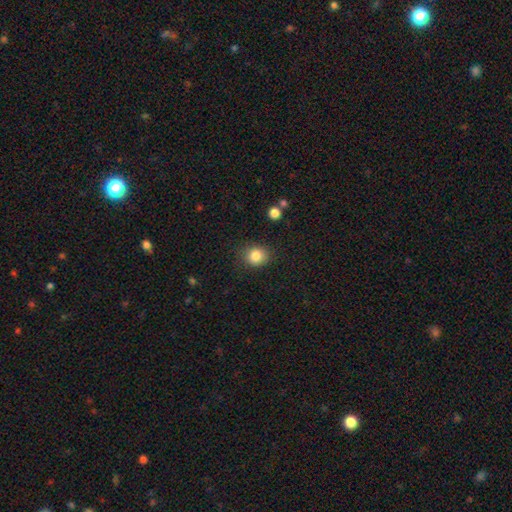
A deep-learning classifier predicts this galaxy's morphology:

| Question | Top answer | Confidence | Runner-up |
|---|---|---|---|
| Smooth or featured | smooth | 84% | star or artifact (10%) |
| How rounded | round | 71% | in between (28%) |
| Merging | none | 83% | minor disturbance (12%) |